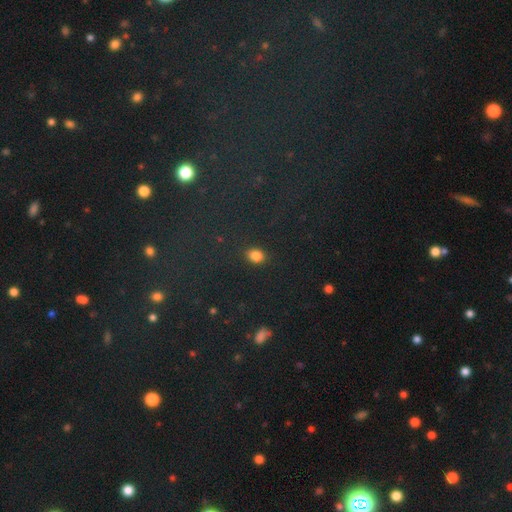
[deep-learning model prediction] A smooth galaxy with no disk features (81%) that is in between round and cigar-shaped (70%).

Vote fractions:
- Smooth or featured? smooth: 81% / star or artifact: 13% / featured or disk: 5%
- How rounded? in between: 70% / round: 29% / cigar-shaped: 2%
- Merging? none: 87% / minor disturbance: 9% / major disturbance: 3% / merger: 2%